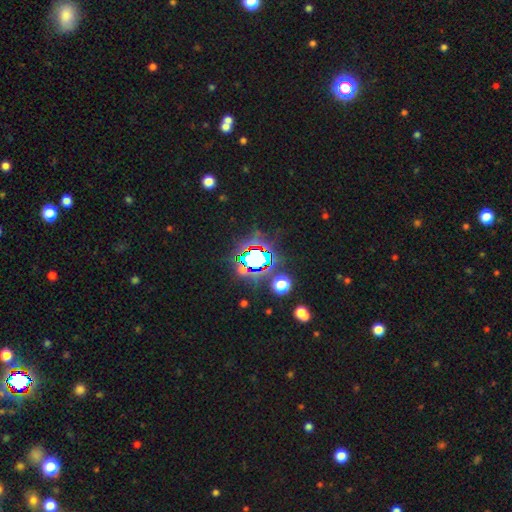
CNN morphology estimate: Overall: star or artifact (69%).